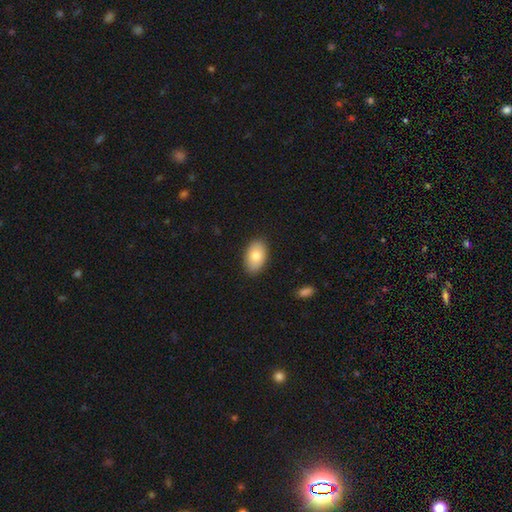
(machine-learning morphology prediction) Smooth or featured?
  - smooth: 81% *
  - featured or disk: 13%
  - star or artifact: 6%
How rounded?
  - in between: 92% *
  - round: 6%
  - cigar-shaped: 1%
Merging?
  - none: 88% *
  - minor disturbance: 9%
  - major disturbance: 2%
  - merger: 1%